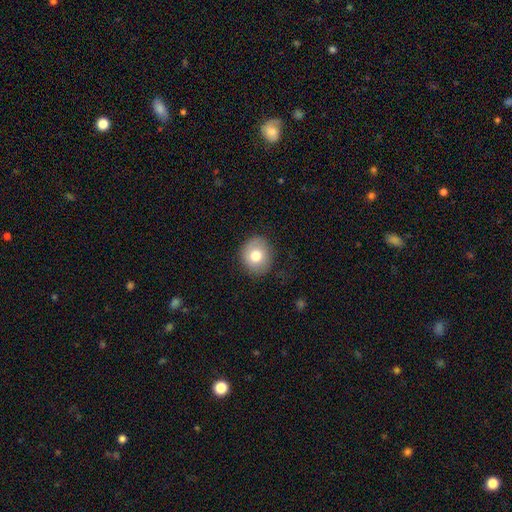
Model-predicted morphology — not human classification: smooth_or_featured: smooth (p=0.77) [alt: featured or disk p=0.14]
how_rounded: round (p=0.79) [alt: in between p=0.20]
merging: none (p=0.85) [alt: minor disturbance p=0.11]